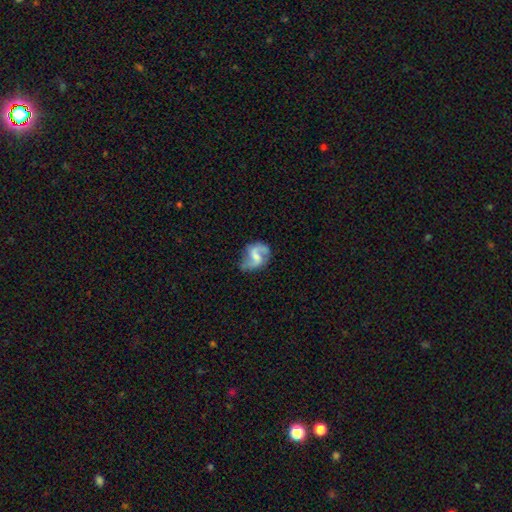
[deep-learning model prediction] The model was most divided on "bulge size": small: 35%, moderate: 30%, none: 28%, large: 5%, dominant: 1%. More confident: edge-on disk — no (98%); spiral arms — yes (91%); spiral arm count — 2 (87%); smooth or featured — featured or disk (78%); merging — none (58%); spiral winding — loose (53%); bar — weak (52%).